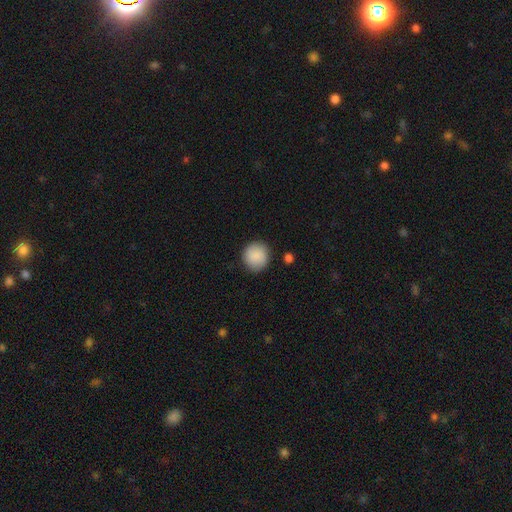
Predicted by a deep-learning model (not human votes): Overall: smooth (88%). How rounded: round (93%). Merging: none (89%).